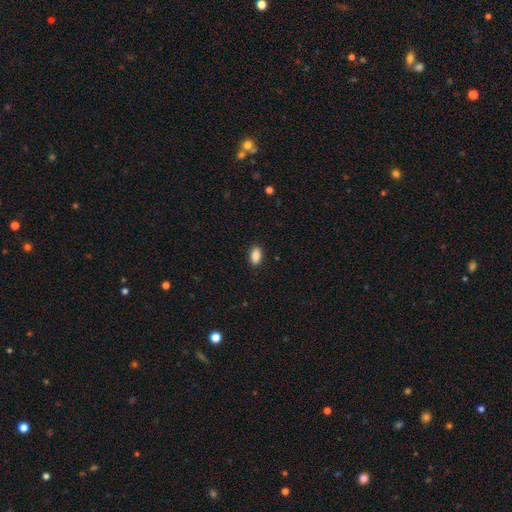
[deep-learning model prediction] Smooth or featured?
  - smooth: 88% *
  - star or artifact: 8%
  - featured or disk: 4%
How rounded?
  - in between: 91% *
  - round: 6%
  - cigar-shaped: 3%
Merging?
  - none: 89% *
  - minor disturbance: 8%
  - major disturbance: 2%
  - merger: 1%